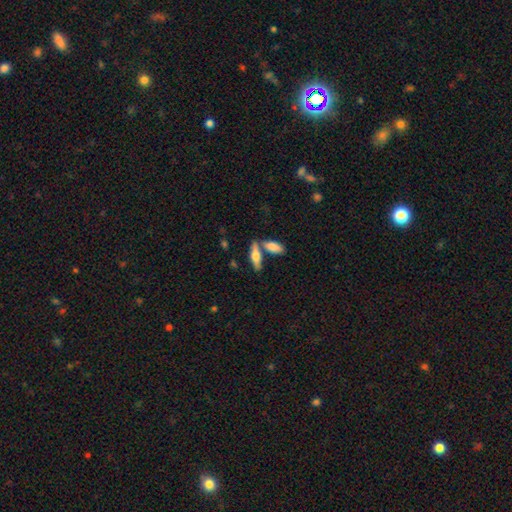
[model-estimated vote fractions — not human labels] Overall: smooth (53%; featured or disk 40%). How rounded: cigar-shaped (49%; in between 47%). Merging: none (65%).